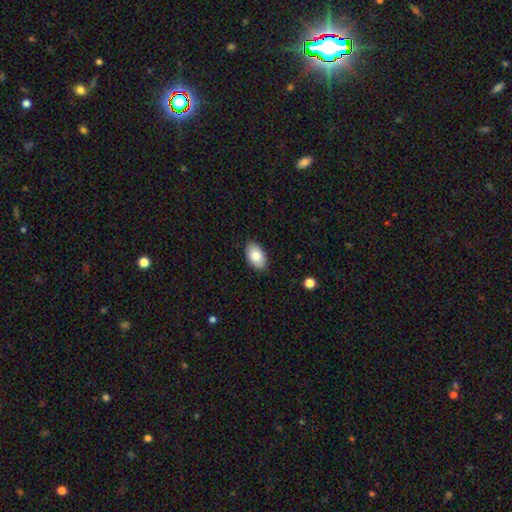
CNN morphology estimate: Smooth or featured?
  - smooth: 82% *
  - featured or disk: 11%
  - star or artifact: 7%
How rounded?
  - in between: 93% *
  - round: 5%
  - cigar-shaped: 1%
Merging?
  - none: 87% *
  - minor disturbance: 10%
  - major disturbance: 2%
  - merger: 1%